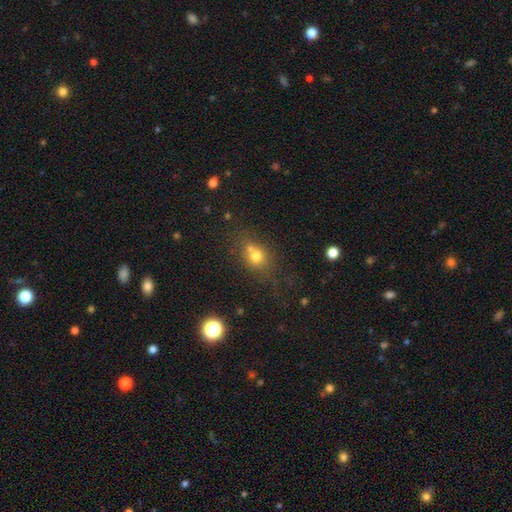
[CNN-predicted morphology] Smooth or featured? Predicted: smooth (p=0.71). How rounded? Predicted: round (p=0.65). Merging? Predicted: none (p=0.49).